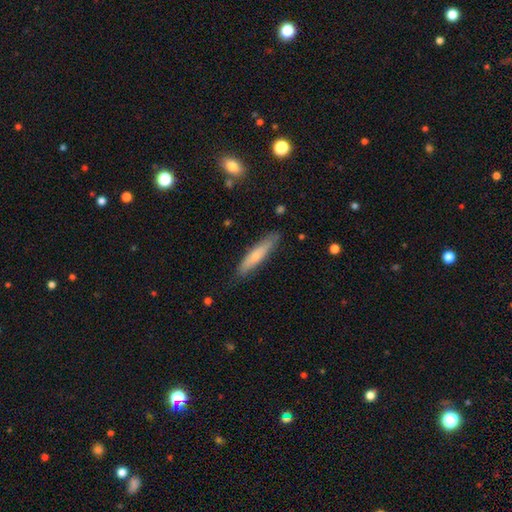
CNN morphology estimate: Q: Smooth or featured?
A: smooth (67%); runner-up: featured or disk (27%)
Q: How rounded?
A: cigar-shaped (86%); runner-up: in between (12%)
Q: Merging?
A: none (83%); runner-up: minor disturbance (13%)